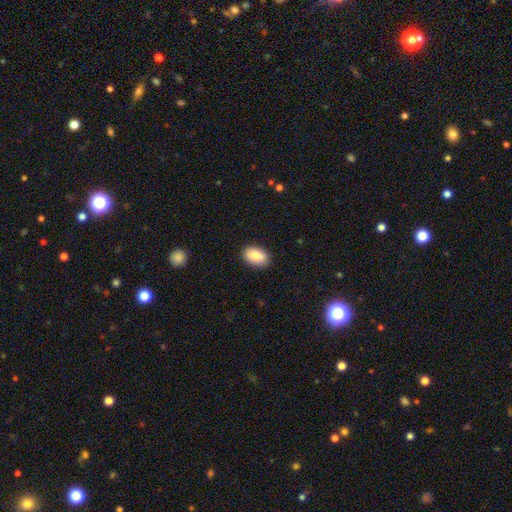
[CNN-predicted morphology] The model was most divided on "smooth or featured": smooth: 86%, featured or disk: 7%, star or artifact: 7%. More confident: how rounded — in between (90%); merging — none (88%).